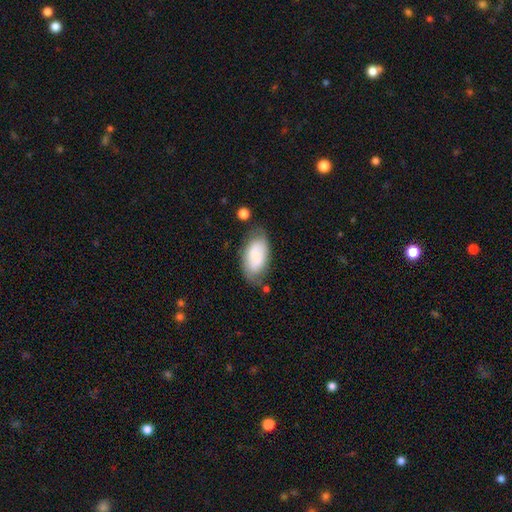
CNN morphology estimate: Smooth or featured: smooth — 65% (featured or disk — 28%)
How rounded: in between — 94% (round — 4%)
Merging: none — 67% (minor disturbance — 22%)